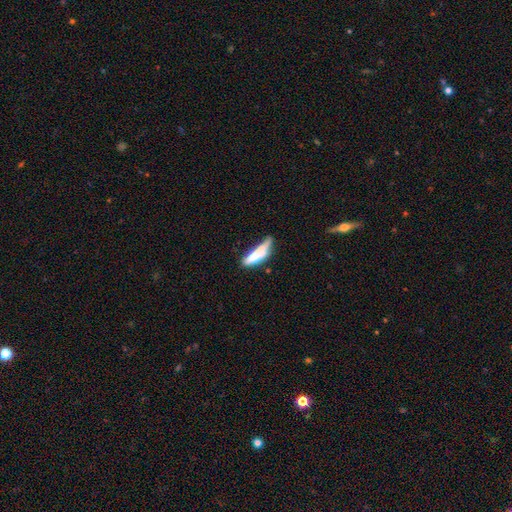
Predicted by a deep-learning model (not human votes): Smooth or featured?
  - smooth: 64% *
  - featured or disk: 29%
  - star or artifact: 7%
How rounded?
  - cigar-shaped: 62% *
  - in between: 36%
  - round: 2%
Merging?
  - minor disturbance: 32% *
  - none: 29%
  - major disturbance: 22%
  - merger: 17%